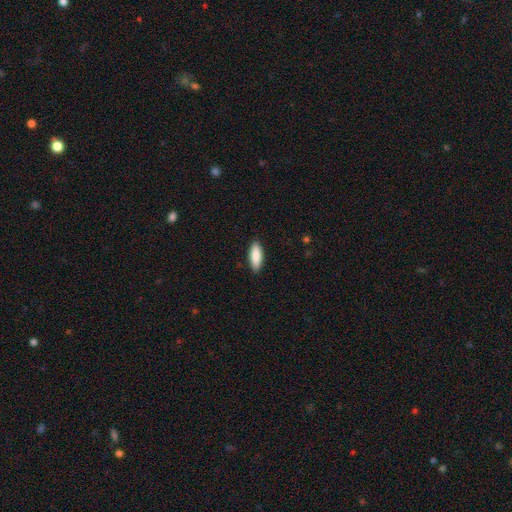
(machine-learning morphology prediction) smooth_or_featured: smooth (p=0.86) [alt: featured or disk p=0.09]
how_rounded: in between (p=0.62) [alt: cigar-shaped p=0.36]
merging: none (p=0.89) [alt: minor disturbance p=0.08]